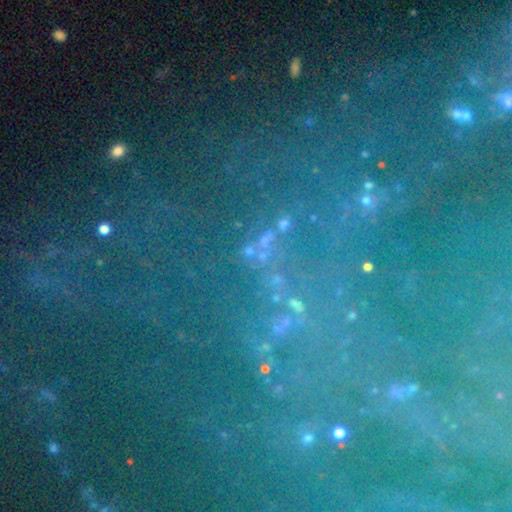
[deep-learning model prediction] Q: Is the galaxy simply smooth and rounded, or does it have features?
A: star or artifact — 66%.